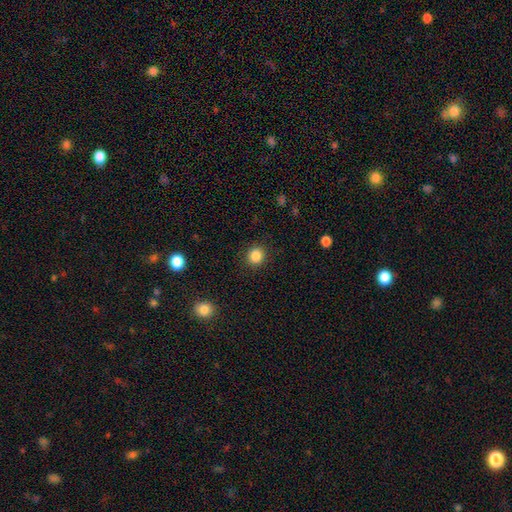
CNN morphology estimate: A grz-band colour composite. It shows a smooth galaxy with no disk features (85%) that is round (87%). Merging: none (91%).